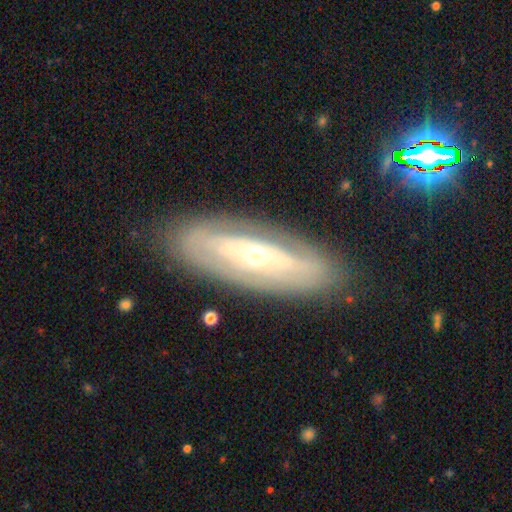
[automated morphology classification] The model was most divided on "spiral arms": no: 52%, yes: 48%. Remaining: merging — none (83%); edge-on disk — no (79%); bar — no (78%); smooth or featured — featured or disk (73%); bulge size — small (50%).